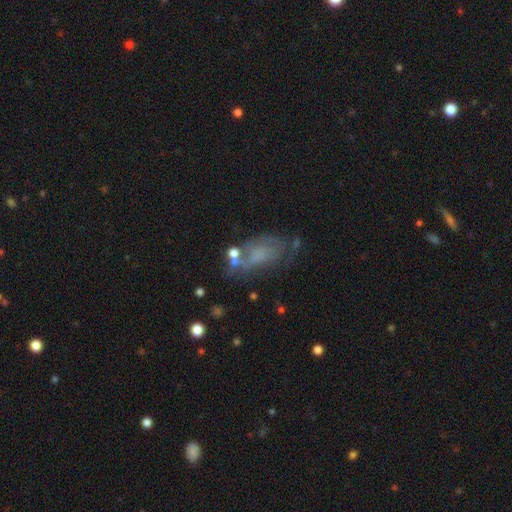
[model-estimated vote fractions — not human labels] featured or disk 42%, smooth 39%, star or artifact 19%. Down the decision tree: merging — none (49%).